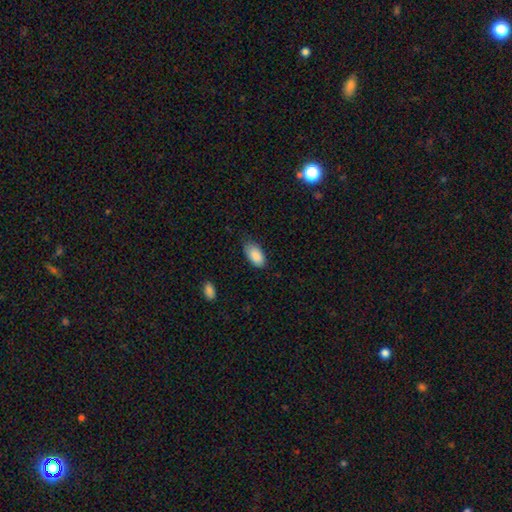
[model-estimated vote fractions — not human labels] Smooth or featured?
  - smooth: 89% *
  - star or artifact: 6%
  - featured or disk: 5%
How rounded?
  - in between: 94% *
  - cigar-shaped: 3%
  - round: 3%
Merging?
  - none: 68% *
  - minor disturbance: 26%
  - major disturbance: 4%
  - merger: 1%